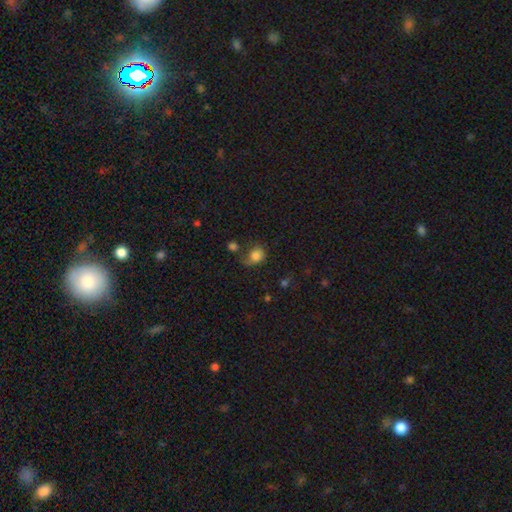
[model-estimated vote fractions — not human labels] This is likely a smooth galaxy (78%). How rounded: possibly round (60%). Merging: marginally none (36%).